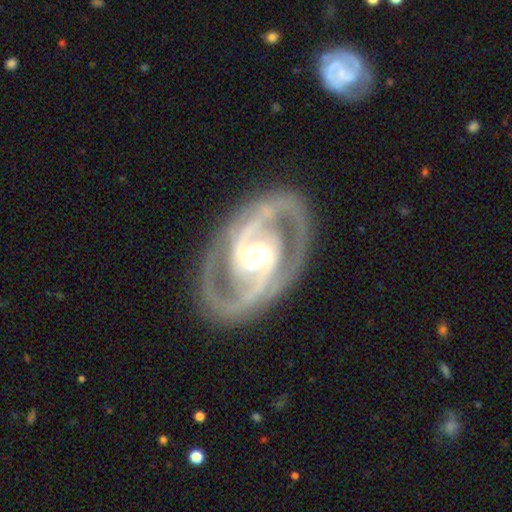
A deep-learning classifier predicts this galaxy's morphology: The model was most divided on "bar": weak: 35%, strong: 34%, no: 31%. Remaining: spiral arms — yes (97%); edge-on disk — no (96%); smooth or featured — featured or disk (92%); spiral arm count — 2 (87%); merging — none (82%); bulge size — moderate (59%); spiral winding — medium (49%).